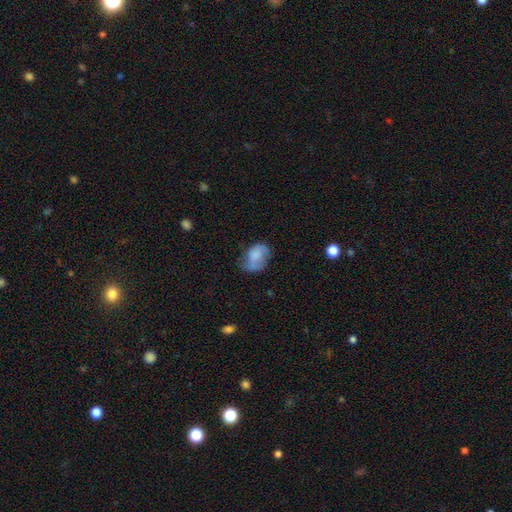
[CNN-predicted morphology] This appears to be a smooth galaxy with no disk features (70%) that is in between round and cigar-shaped (75%). Merging: none (41%).